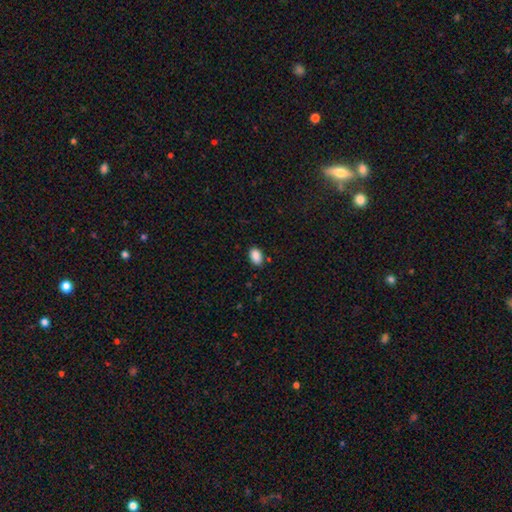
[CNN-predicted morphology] Smooth or featured? Predicted: smooth (p=0.89). How rounded? Predicted: in between (p=0.89). Merging? Predicted: none (p=0.85).